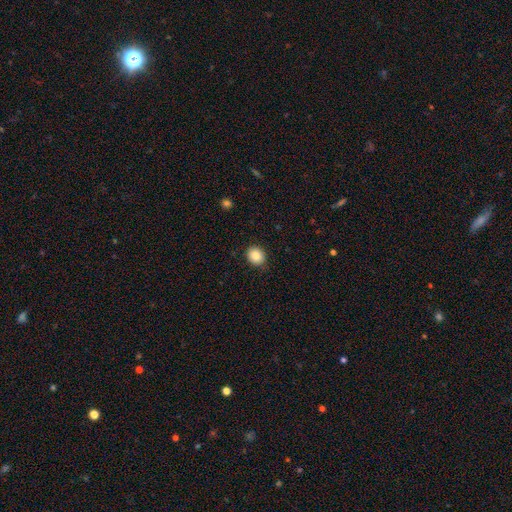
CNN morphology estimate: Overall: smooth (86%). How rounded: round (72%). Merging: none (88%).